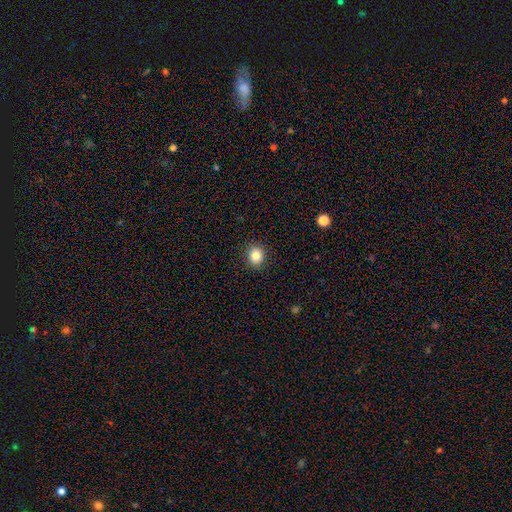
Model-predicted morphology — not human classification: Smooth or featured? Predicted: smooth (p=0.84). How rounded? Predicted: round (p=0.72). Merging? Predicted: none (p=0.90).